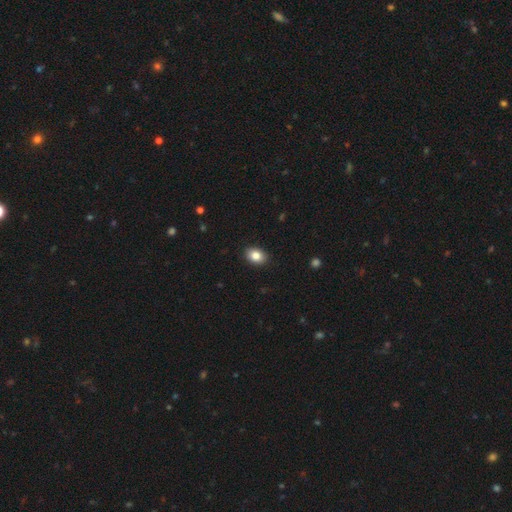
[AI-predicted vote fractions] A smooth galaxy with no disk features (85%) that is in between round and cigar-shaped (72%). Merging: none (90%).